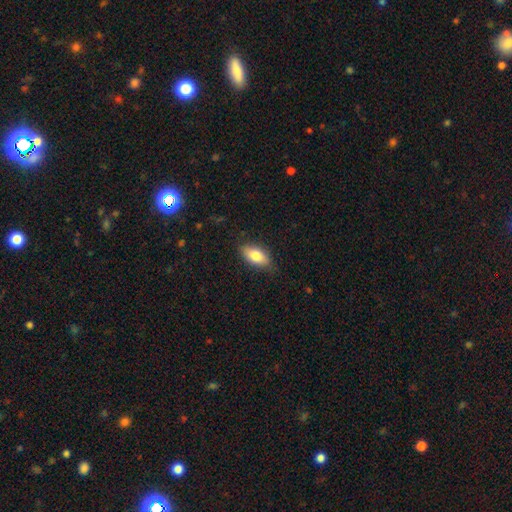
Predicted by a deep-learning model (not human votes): The model was most divided on "smooth or featured": smooth: 79%, featured or disk: 15%, star or artifact: 7%. More confident: how rounded — in between (88%); merging — none (82%).